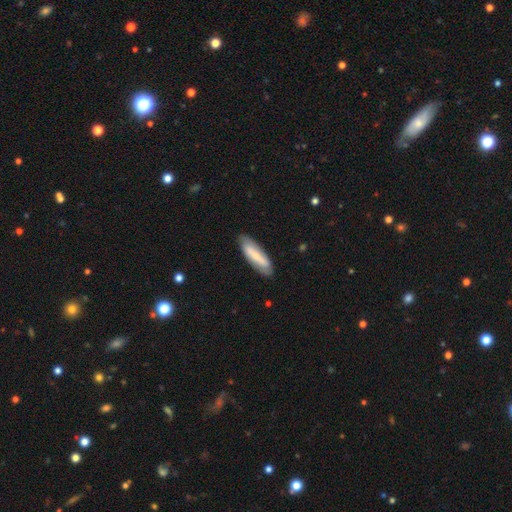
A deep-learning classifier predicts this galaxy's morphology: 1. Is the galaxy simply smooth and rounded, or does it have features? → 57% smooth, 37% featured or disk, 6% star or artifact.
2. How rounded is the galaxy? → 54% cigar-shaped, 44% in between, 2% round.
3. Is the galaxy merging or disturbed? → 81% none, 14% minor disturbance, 3% major disturbance, 2% merger.